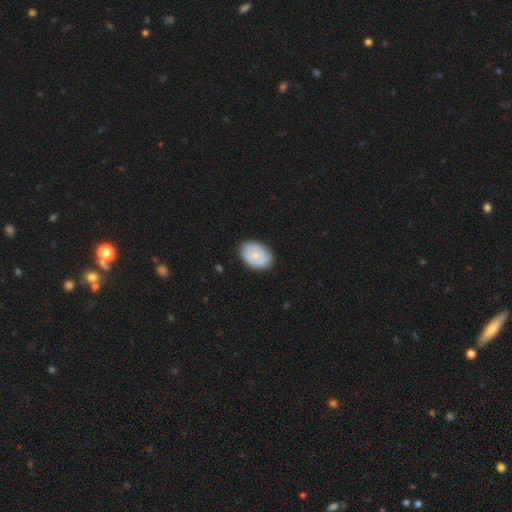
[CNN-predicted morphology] Smooth or featured?
  - smooth: 69% *
  - featured or disk: 25%
  - star or artifact: 6%
How rounded?
  - in between: 80% *
  - round: 19%
  - cigar-shaped: 1%
Merging?
  - none: 79% *
  - minor disturbance: 17%
  - major disturbance: 3%
  - merger: 1%